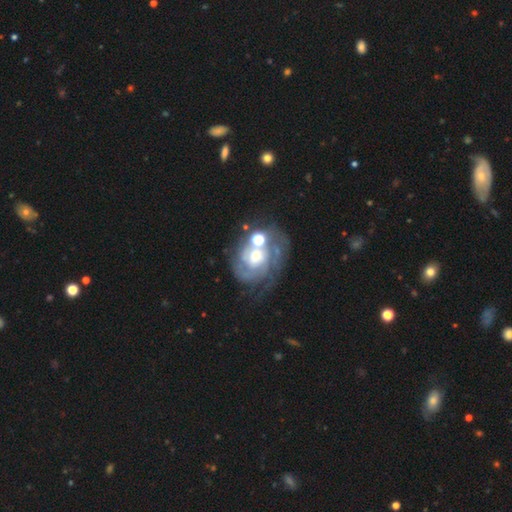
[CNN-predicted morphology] Smooth or featured?
  - featured or disk: 74% *
  - smooth: 15%
  - star or artifact: 11%
Edge-on disk?
  - no: 97% *
  - yes: 3%
Bar?
  - no: 71% *
  - weak: 23%
  - strong: 6%
Spiral arms?
  - yes: 84% *
  - no: 16%
Spiral winding?
  - tight: 54% *
  - medium: 33%
  - loose: 12%
Spiral arm count?
  - can't tell: 38% *
  - 2: 26%
  - 3: 16%
  - 1: 10%
  - 4: 6%
  - more than 4: 5%
Bulge size?
  - moderate: 42% *
  - small: 24%
  - large: 23%
  - none: 7%
  - dominant: 4%
Merging?
  - none: 43% *
  - major disturbance: 21%
  - minor disturbance: 18%
  - merger: 17%